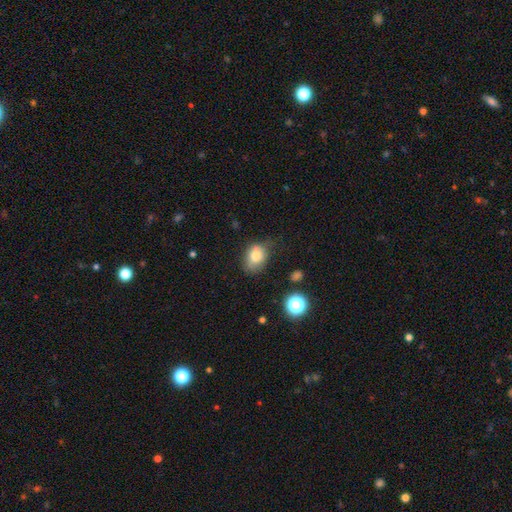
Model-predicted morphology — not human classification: Smooth or featured? Predicted: smooth (p=0.78). How rounded? Predicted: in between (p=0.64). Merging? Predicted: none (p=0.62).